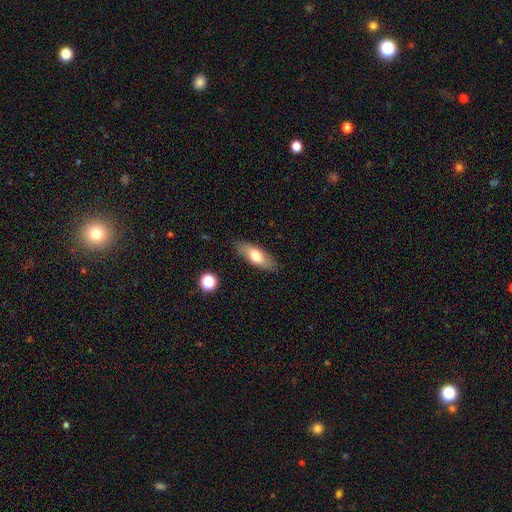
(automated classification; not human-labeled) smooth 69%, featured or disk 24%, star or artifact 7%. Down the decision tree: how rounded — in between (69%); merging — none (85%).